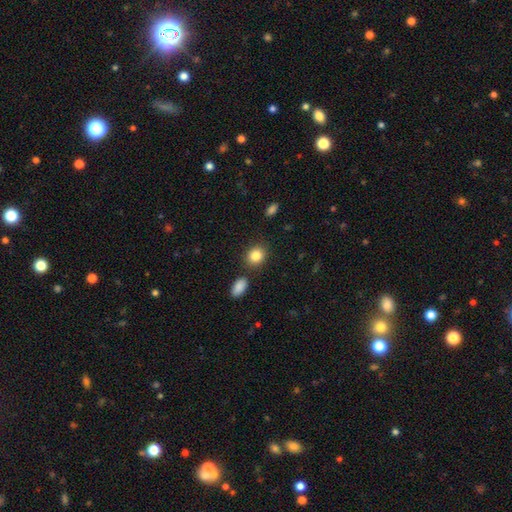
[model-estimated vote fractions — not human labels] Overall: smooth (85%). How rounded: round (63%; in between 36%). Merging: none (82%).